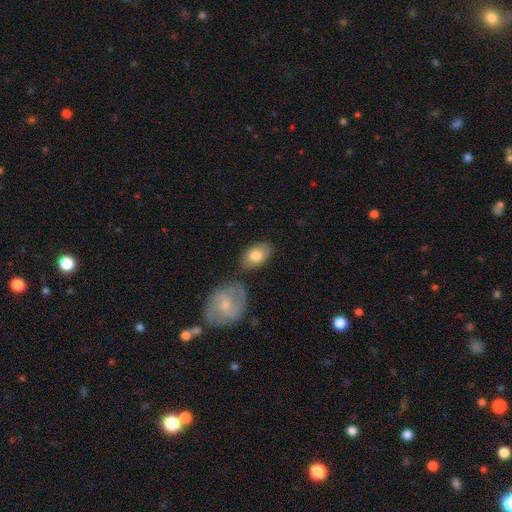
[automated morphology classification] type=smooth (74%); roundness=in between (88%); merging=none (70%).